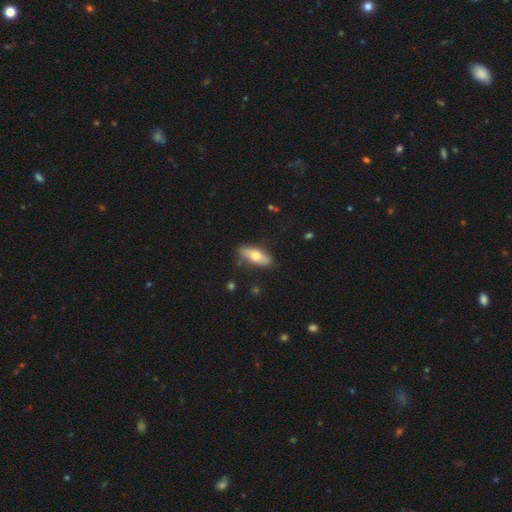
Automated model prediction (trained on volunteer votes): smooth 62%, featured or disk 32%, star or artifact 6%. Down the decision tree: how rounded — in between (67%); merging — none (83%).